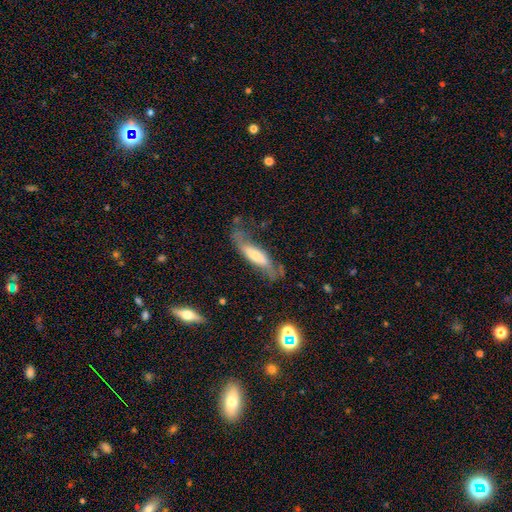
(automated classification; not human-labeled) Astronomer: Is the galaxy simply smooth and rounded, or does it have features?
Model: featured or disk — 48% (runner-up: smooth, 45%).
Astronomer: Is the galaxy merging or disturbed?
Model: none — 49% (runner-up: minor disturbance, 27%).